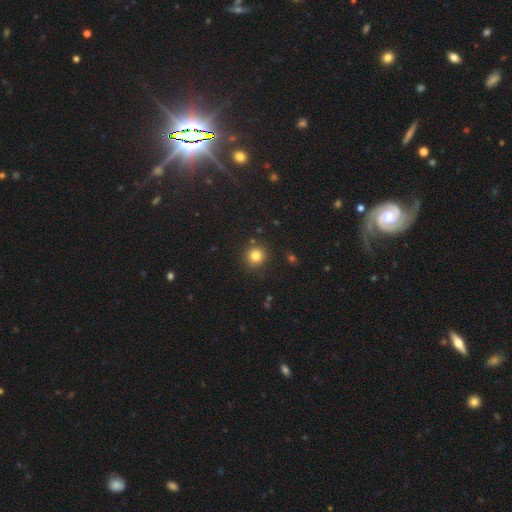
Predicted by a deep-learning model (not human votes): A smooth galaxy with no disk features (81%) that is round (92%).

Vote fractions:
- Smooth or featured? smooth: 81% / star or artifact: 13% / featured or disk: 6%
- How rounded? round: 92% / in between: 7% / cigar-shaped: 1%
- Merging? none: 87% / minor disturbance: 7% / merger: 3% / major disturbance: 2%